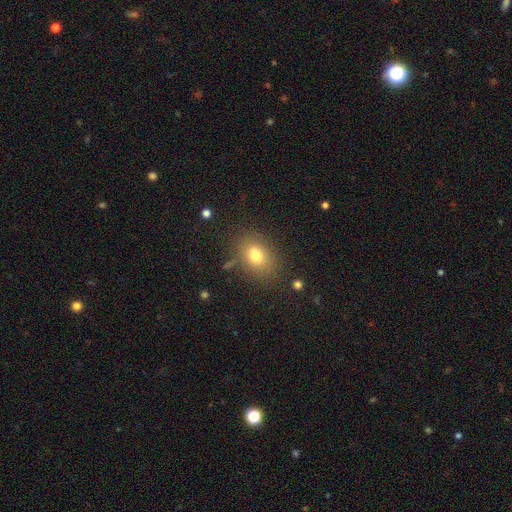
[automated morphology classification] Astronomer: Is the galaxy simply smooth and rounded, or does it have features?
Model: smooth — 76%.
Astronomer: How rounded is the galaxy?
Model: in between — 65%.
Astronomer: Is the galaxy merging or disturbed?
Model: none — 77%.